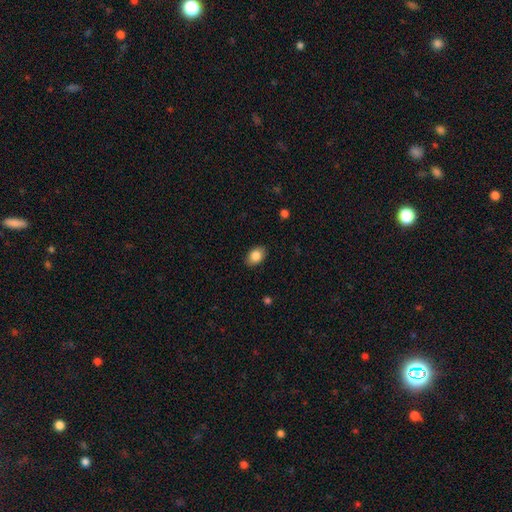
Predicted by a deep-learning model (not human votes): This is clearly a smooth galaxy (86%). How rounded: likely in between (80%). Merging: clearly none (88%).